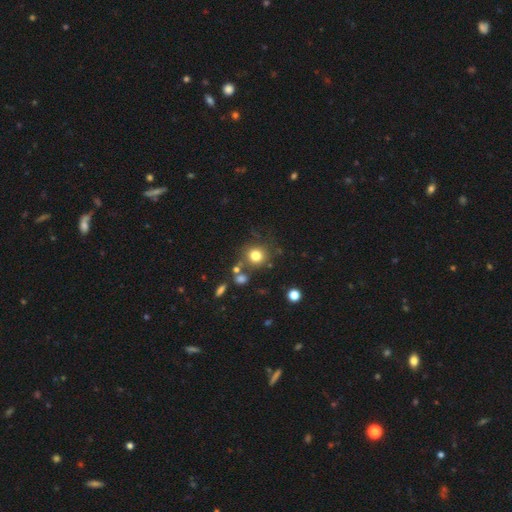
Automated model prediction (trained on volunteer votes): Smooth or featured? Predicted: smooth (p=0.79). How rounded? Predicted: round (p=0.85). Merging? Predicted: none (p=0.73).